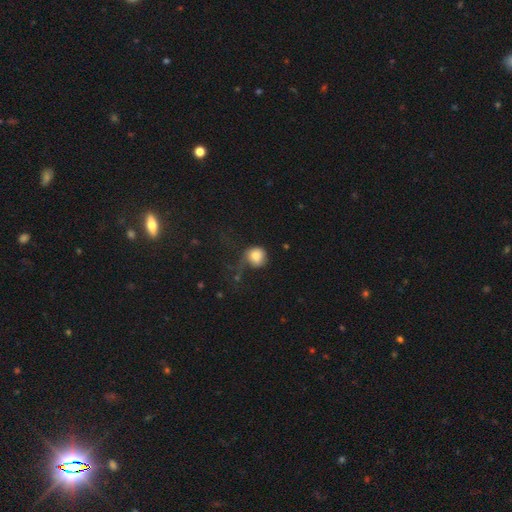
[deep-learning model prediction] smooth 79%, featured or disk 12%, star or artifact 9%. Down the decision tree: how rounded — round (86%); merging — none (37%).